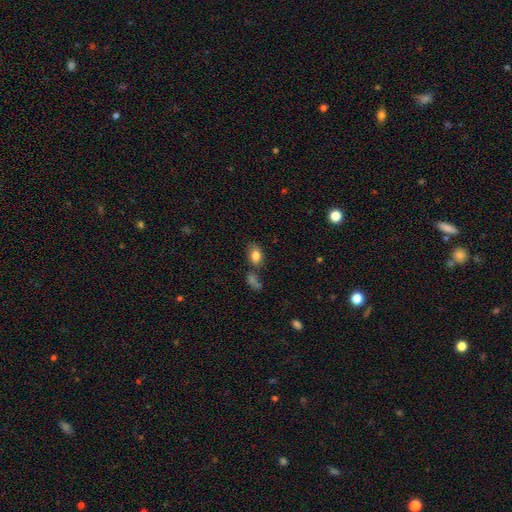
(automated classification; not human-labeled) This appears to be a smooth galaxy with no disk features (82%) that is in between round and cigar-shaped (81%). Merging: none (62%).